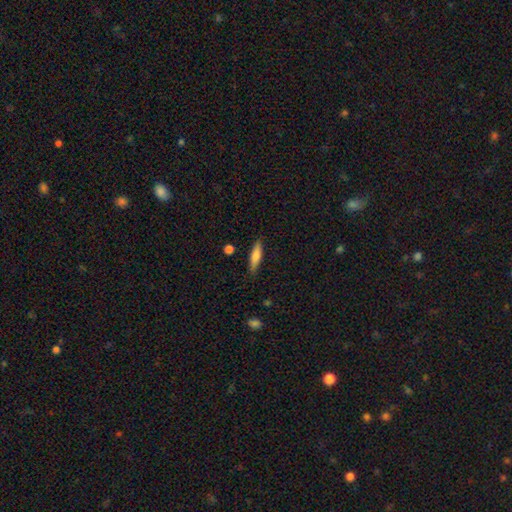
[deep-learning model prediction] This appears to be a smooth galaxy with no disk features (73%) that is cigar-shaped (70%). Merging: none (85%).